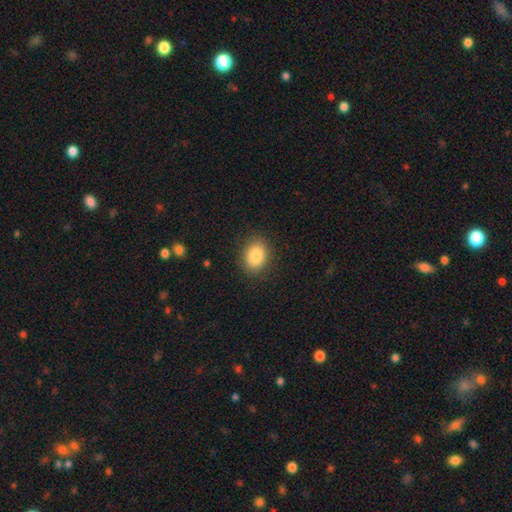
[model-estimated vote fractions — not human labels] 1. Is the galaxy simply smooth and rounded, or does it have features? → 86% smooth, 8% star or artifact, 6% featured or disk.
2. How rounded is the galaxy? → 70% in between, 29% round, 1% cigar-shaped.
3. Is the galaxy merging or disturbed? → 87% none, 9% minor disturbance, 3% major disturbance, 1% merger.